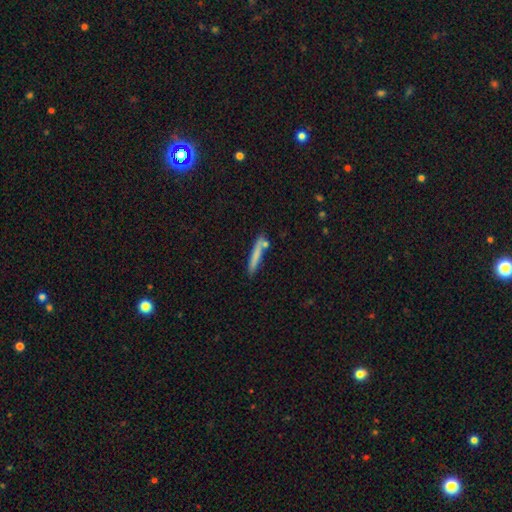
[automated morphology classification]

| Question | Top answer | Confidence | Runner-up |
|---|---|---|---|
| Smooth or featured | smooth | 73% | featured or disk (20%) |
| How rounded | cigar-shaped | 93% | in between (6%) |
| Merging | none | 71% | minor disturbance (14%) |